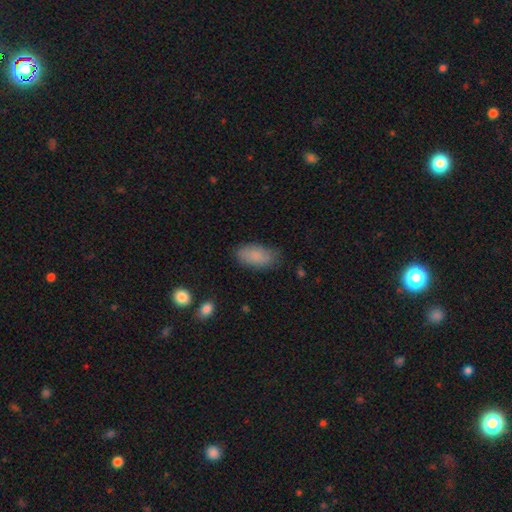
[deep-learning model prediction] Q: Smooth or featured?
A: smooth (86%); runner-up: star or artifact (7%)
Q: How rounded?
A: in between (92%); runner-up: cigar-shaped (6%)
Q: Merging?
A: none (78%); runner-up: minor disturbance (16%)